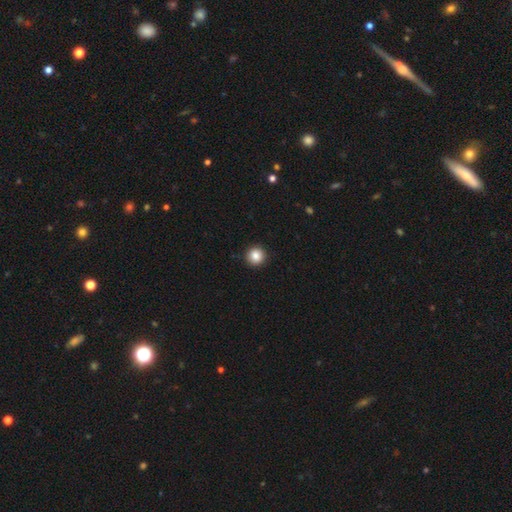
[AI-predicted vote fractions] The model was most divided on "smooth or featured": smooth: 86%, star or artifact: 10%, featured or disk: 4%. More confident: how rounded — round (95%); merging — none (93%).